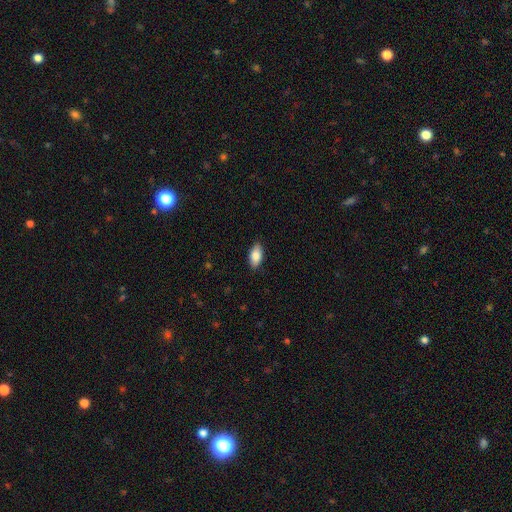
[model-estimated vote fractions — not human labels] Smooth or featured?
  - smooth: 86% *
  - featured or disk: 8%
  - star or artifact: 6%
How rounded?
  - in between: 92% *
  - cigar-shaped: 5%
  - round: 3%
Merging?
  - none: 87% *
  - minor disturbance: 10%
  - major disturbance: 2%
  - merger: 1%